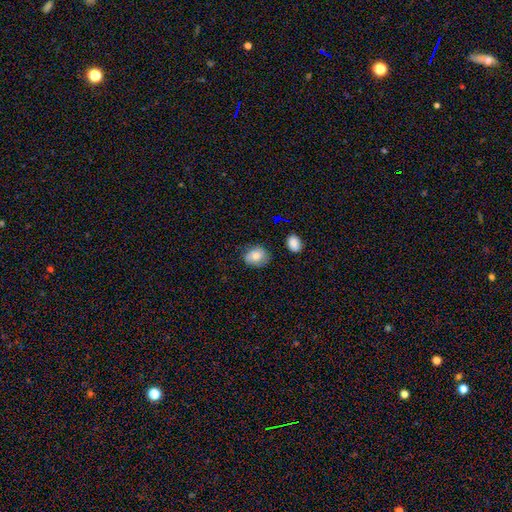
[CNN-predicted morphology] smooth 75%, featured or disk 16%, star or artifact 9%. Down the decision tree: how rounded — round (51%); merging — none (69%).